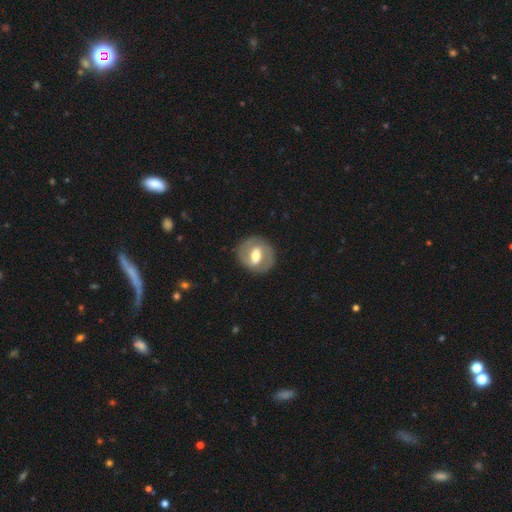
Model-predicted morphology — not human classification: Smooth or featured?
  - featured or disk: 67% *
  - smooth: 28%
  - star or artifact: 5%
Edge-on disk?
  - no: 96% *
  - yes: 4%
Bar?
  - weak: 44% *
  - strong: 38%
  - no: 18%
Spiral arms?
  - yes: 65% *
  - no: 35%
Bulge size?
  - moderate: 61% *
  - large: 24%
  - small: 11%
  - dominant: 2%
  - none: 1%
Merging?
  - none: 84% *
  - minor disturbance: 11%
  - major disturbance: 5%
  - merger: 1%